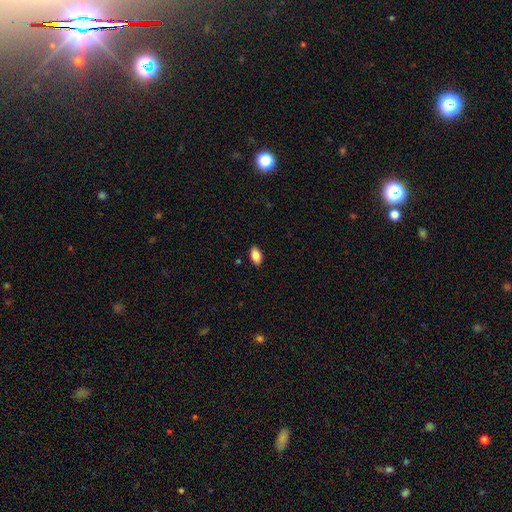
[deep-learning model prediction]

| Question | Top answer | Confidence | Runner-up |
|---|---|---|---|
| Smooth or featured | smooth | 87% | star or artifact (7%) |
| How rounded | in between | 92% | round (4%) |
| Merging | none | 89% | minor disturbance (9%) |